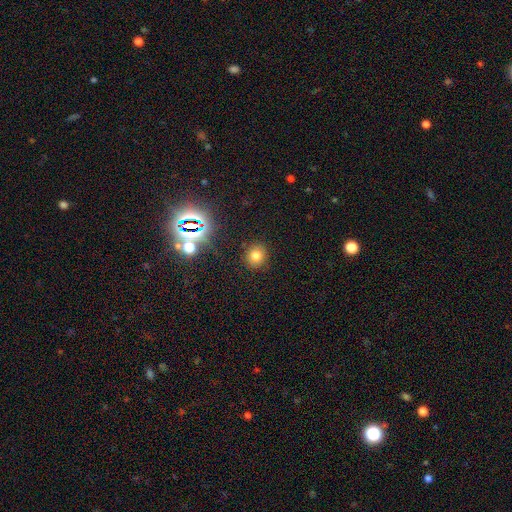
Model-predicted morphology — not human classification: Smooth or featured? smooth (72%)
How rounded? round (79%)
Merging? none (88%)